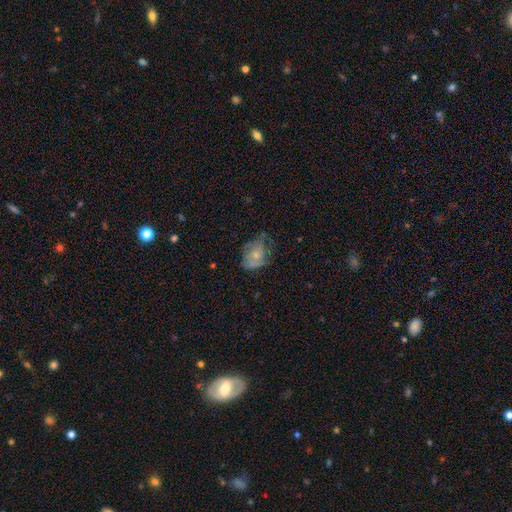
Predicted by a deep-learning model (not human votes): This is possibly a smooth galaxy (47%). Merging: marginally none (44%).